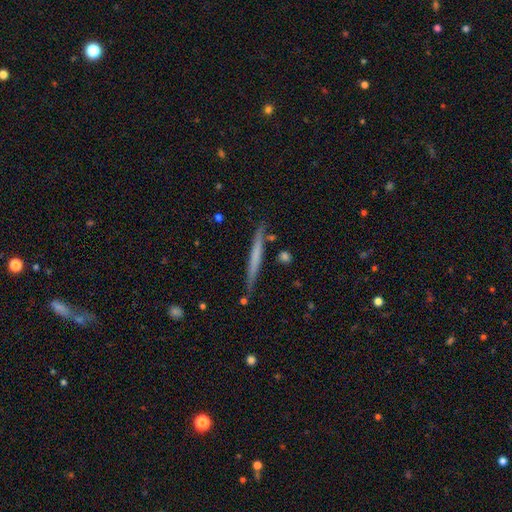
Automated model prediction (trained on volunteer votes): Smooth or featured?
  - smooth: 48% *
  - featured or disk: 46%
  - star or artifact: 6%
Merging?
  - none: 85% *
  - minor disturbance: 10%
  - merger: 3%
  - major disturbance: 2%